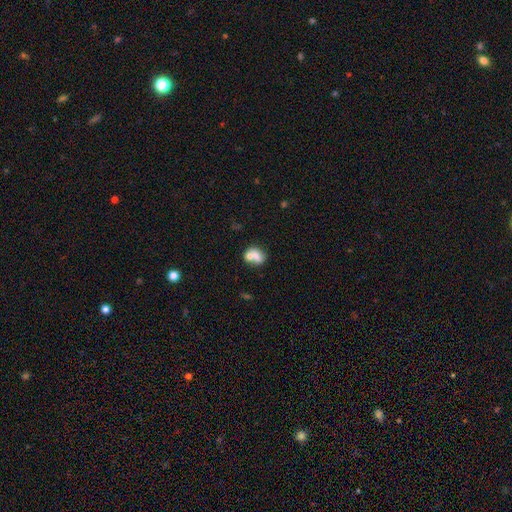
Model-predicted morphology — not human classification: Overall: smooth (67%). How rounded: round (51%; in between 47%). Merging: merger (48%; none 36%).